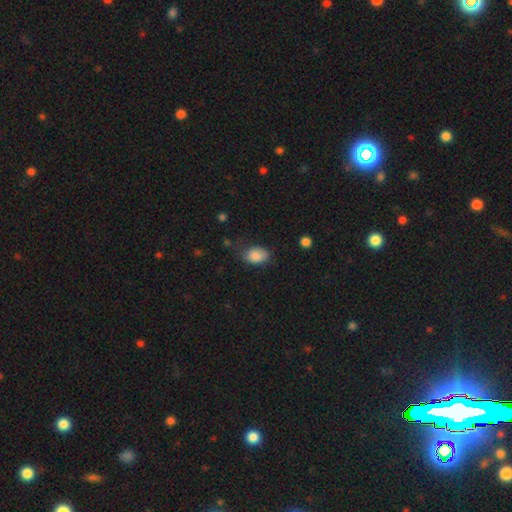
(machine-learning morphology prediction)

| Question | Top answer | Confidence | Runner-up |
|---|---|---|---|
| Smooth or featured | smooth | 87% | star or artifact (8%) |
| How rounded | in between | 84% | round (15%) |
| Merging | none | 68% | minor disturbance (24%) |